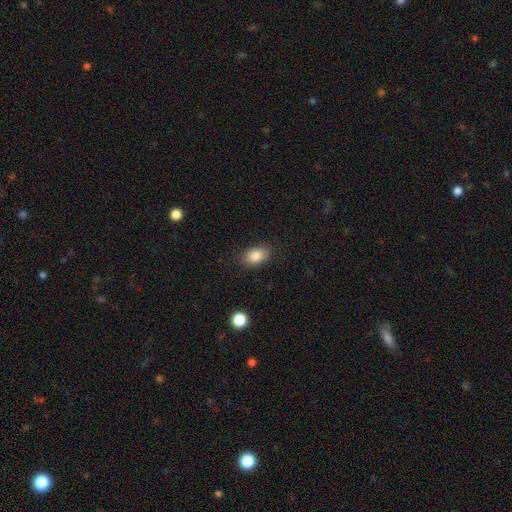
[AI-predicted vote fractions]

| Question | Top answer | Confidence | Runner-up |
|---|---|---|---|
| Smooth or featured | smooth | 85% | star or artifact (8%) |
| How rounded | in between | 87% | round (12%) |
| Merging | none | 85% | minor disturbance (11%) |